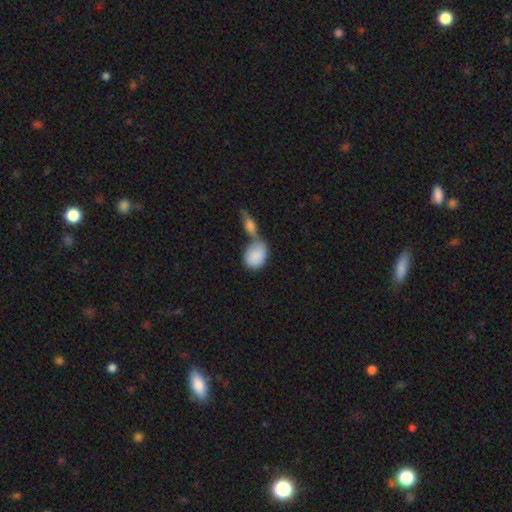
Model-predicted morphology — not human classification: A smooth galaxy with no disk features (85%) that is in between round and cigar-shaped (70%). Merging: merger (52%).